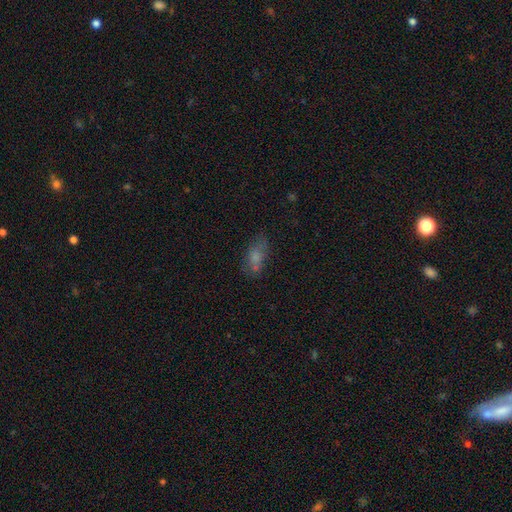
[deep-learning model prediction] smooth_or_featured: smooth (p=0.64) [alt: featured or disk p=0.21]
how_rounded: in between (p=0.77) [alt: cigar-shaped p=0.16]
merging: none (p=0.64) [alt: minor disturbance p=0.21]